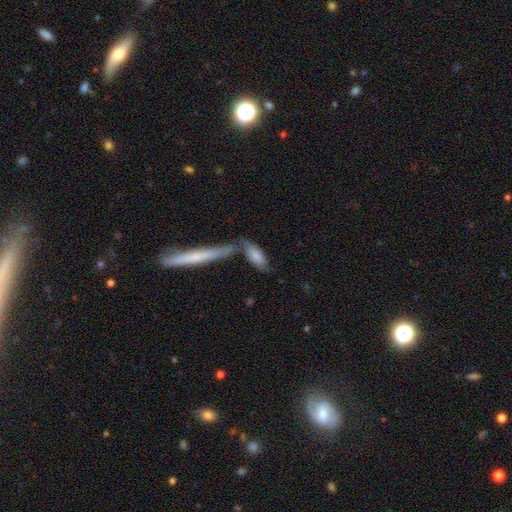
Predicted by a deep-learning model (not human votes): Smooth or featured? Predicted: smooth (p=0.74). How rounded? Predicted: in between (p=0.64). Merging? Predicted: none (p=0.41).